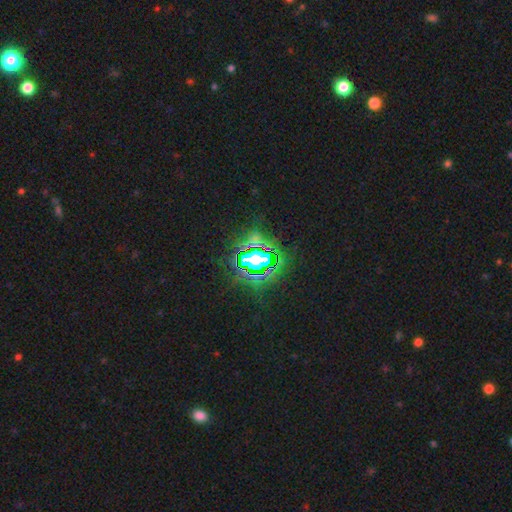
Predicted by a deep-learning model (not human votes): This is clearly a star or artifact rather than a galaxy (83%).